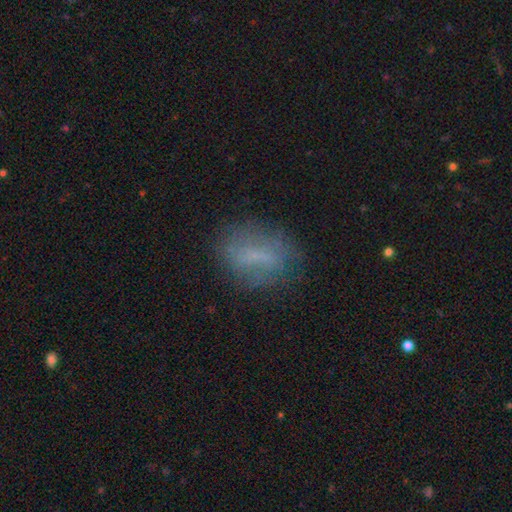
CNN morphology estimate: A smooth galaxy with no disk features (55%) that is in between round and cigar-shaped (70%). Merging: none (72%).